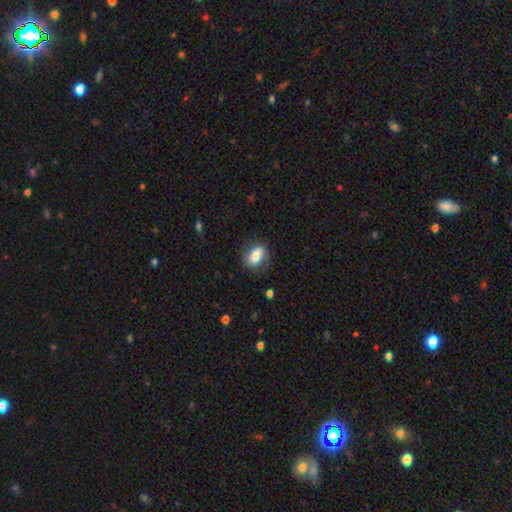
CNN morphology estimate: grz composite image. It shows a smooth galaxy with no disk features (71%) that is in between round and cigar-shaped (80%). Merging: none (75%).